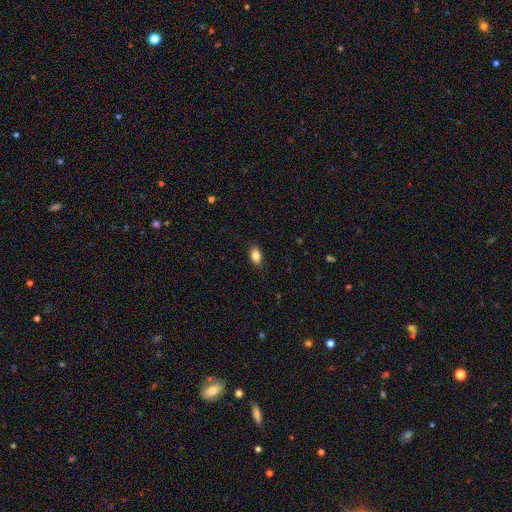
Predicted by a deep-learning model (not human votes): A smooth galaxy with no disk features (85%) that is in between round and cigar-shaped (88%). Merging: none (84%).